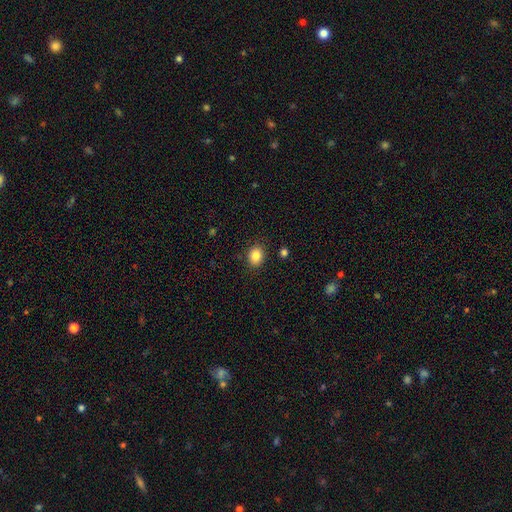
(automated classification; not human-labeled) Smooth or featured? smooth (85%)
How rounded? round (52%)
Merging? none (88%)